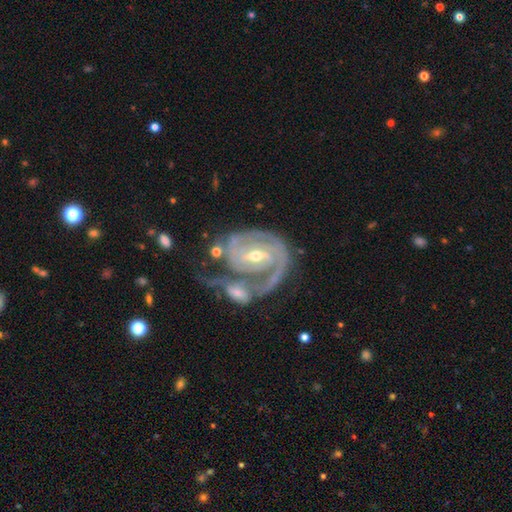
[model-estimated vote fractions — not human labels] featured or disk 90%, smooth 5%, star or artifact 5%. Down the decision tree: edge-on disk — no (97%); bar — weak (46%); spiral arms — yes (96%); spiral arm count — 2 (61%); spiral winding — tight (59%); bulge size — moderate (54%); merging — merger (37%).